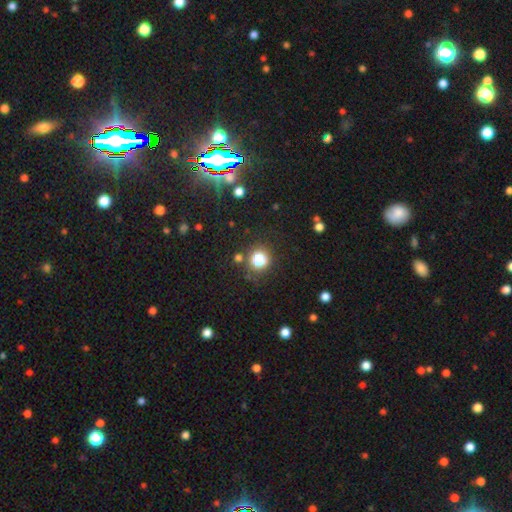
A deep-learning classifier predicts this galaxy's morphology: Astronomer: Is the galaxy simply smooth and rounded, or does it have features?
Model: star or artifact — 49% (runner-up: smooth, 45%).